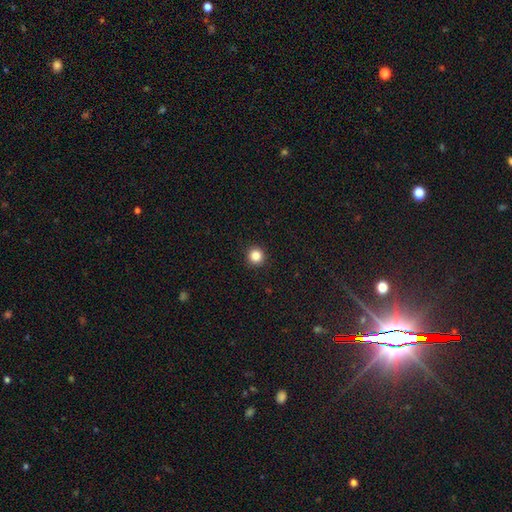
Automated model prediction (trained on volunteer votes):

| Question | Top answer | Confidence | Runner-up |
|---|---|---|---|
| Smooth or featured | smooth | 85% | star or artifact (11%) |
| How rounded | round | 95% | in between (4%) |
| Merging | none | 93% | minor disturbance (4%) |